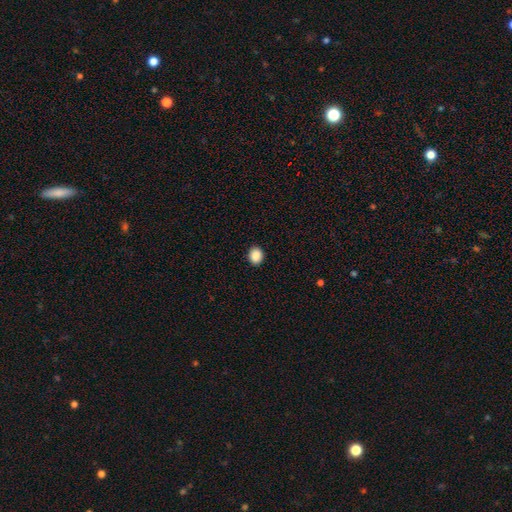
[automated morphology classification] smooth 89%, star or artifact 9%, featured or disk 3%. Down the decision tree: how rounded — round (66%); merging — none (92%).